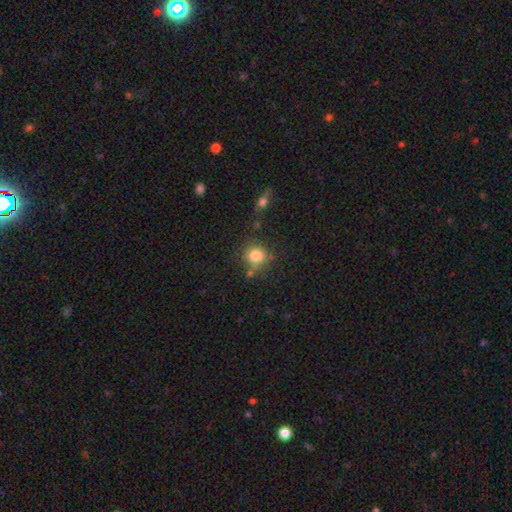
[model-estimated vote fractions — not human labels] Morphology: type=smooth (81%); roundness=round (84%); merging=none (71%).